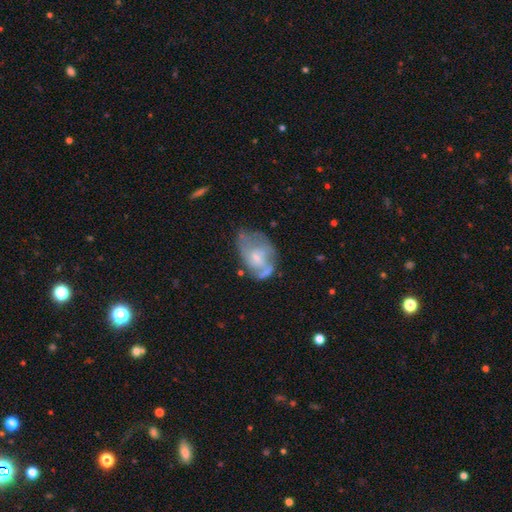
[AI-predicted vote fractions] smooth-or-featured: featured or disk: 57% | smooth: 35% | star or artifact: 8%
  disk-edge-on: no: 96% | yes: 4%
    bar: no: 69% | weak: 27% | strong: 4%
    has-spiral-arms: yes: 54% | no: 46%
    bulge-size: small: 45% | moderate: 35% | none: 14% | large: 4% | dominant: 1%
  merging: none: 36% | minor disturbance: 28% | major disturbance: 28% | merger: 8%